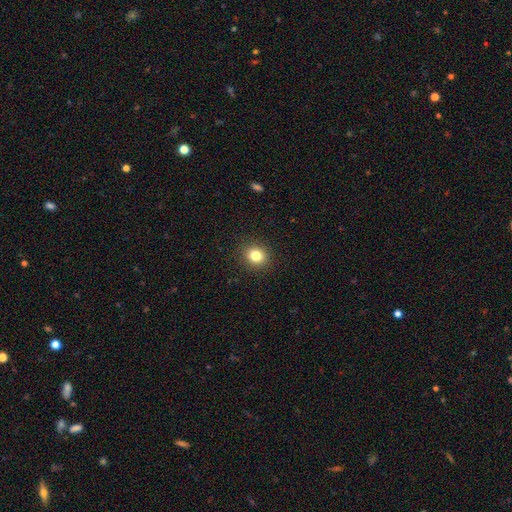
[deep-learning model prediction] A smooth galaxy with no disk features (82%) that is round (78%).

Vote fractions:
- Smooth or featured? smooth: 82% / star or artifact: 12% / featured or disk: 7%
- How rounded? round: 78% / in between: 21% / cigar-shaped: 1%
- Merging? none: 91% / minor disturbance: 6% / major disturbance: 2% / merger: 1%